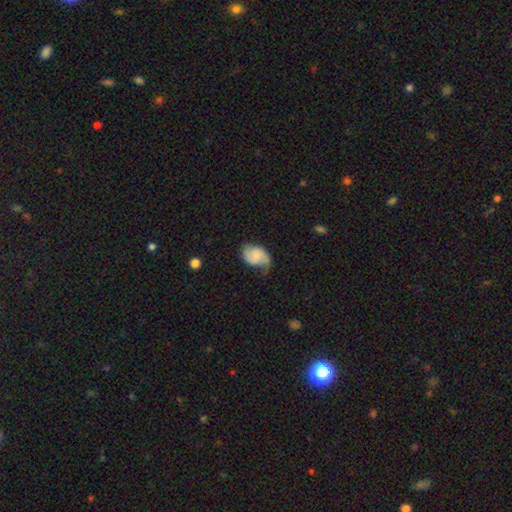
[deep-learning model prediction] smooth 49%, featured or disk 44%, star or artifact 8%. Down the decision tree: merging — none (39%).